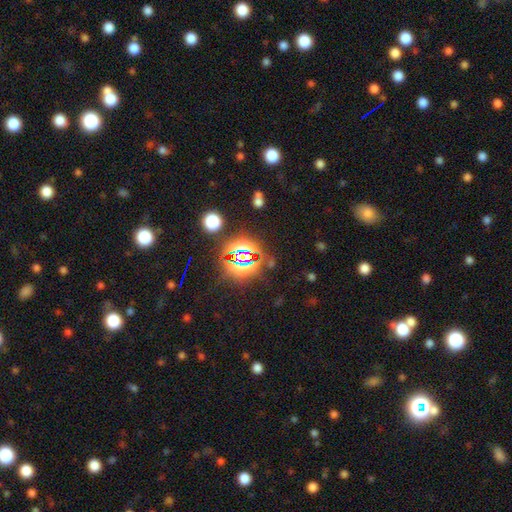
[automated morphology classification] The model was most divided on "smooth or featured": star or artifact: 79%, smooth: 14%, featured or disk: 7%.